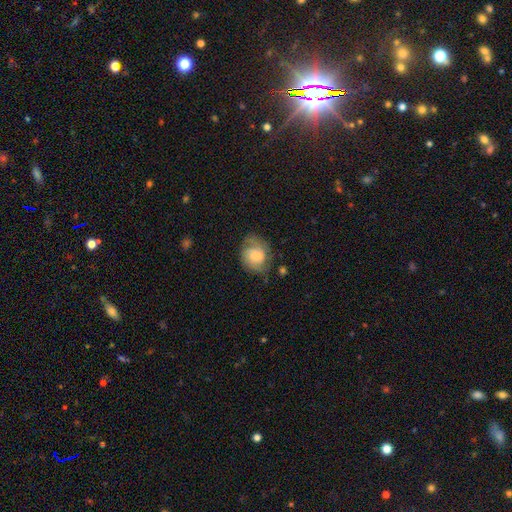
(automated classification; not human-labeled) The model was most divided on "smooth or featured": smooth: 48%, featured or disk: 44%, star or artifact: 8%. More confident: merging — none (59%).